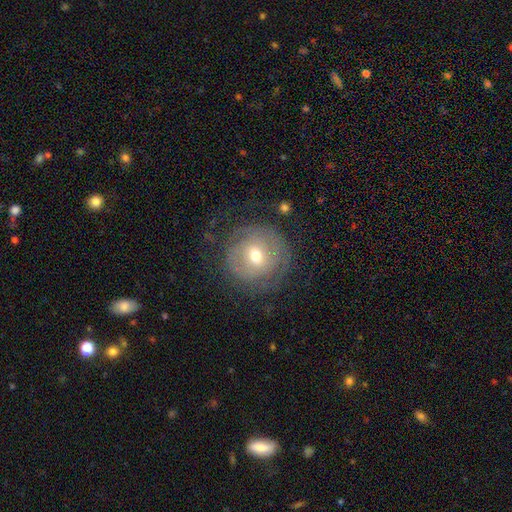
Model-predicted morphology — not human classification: This appears to be a featured or disk galaxy (55%) with no bar (46%), spiral arms (66%) and a moderate central bulge (65%). Merging: none (69%).